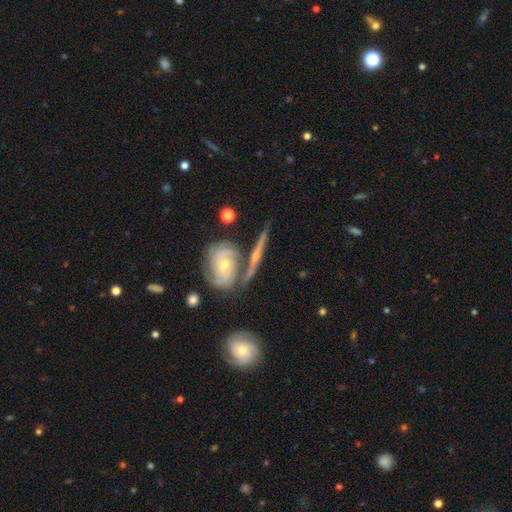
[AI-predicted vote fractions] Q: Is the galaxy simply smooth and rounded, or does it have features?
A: featured or disk — 77%.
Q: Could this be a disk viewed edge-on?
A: yes — 53%.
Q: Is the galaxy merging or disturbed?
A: none — 60%.